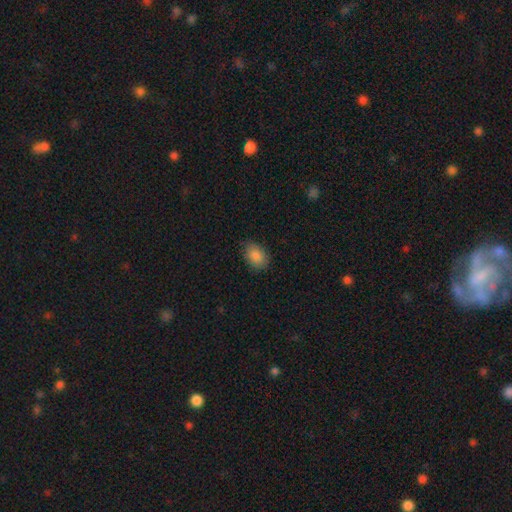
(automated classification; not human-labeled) Q: Smooth or featured?
A: smooth (87%); runner-up: star or artifact (8%)
Q: How rounded?
A: in between (74%); runner-up: round (25%)
Q: Merging?
A: none (83%); runner-up: minor disturbance (13%)